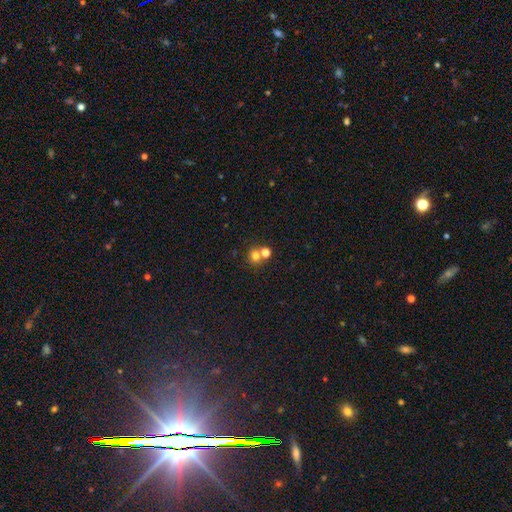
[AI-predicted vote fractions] Smooth or featured: smooth — 72% (star or artifact — 17%)
How rounded: round — 82% (in between — 17%)
Merging: none — 53% (merger — 38%)